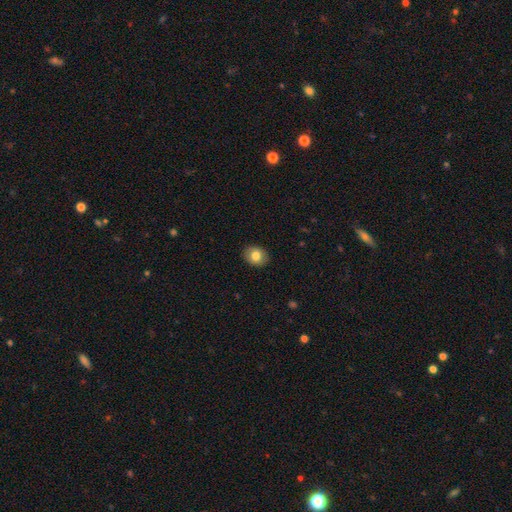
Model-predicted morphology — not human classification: Q: Smooth or featured?
A: smooth (80%); runner-up: featured or disk (11%)
Q: How rounded?
A: round (56%); runner-up: in between (43%)
Q: Merging?
A: none (91%); runner-up: minor disturbance (7%)